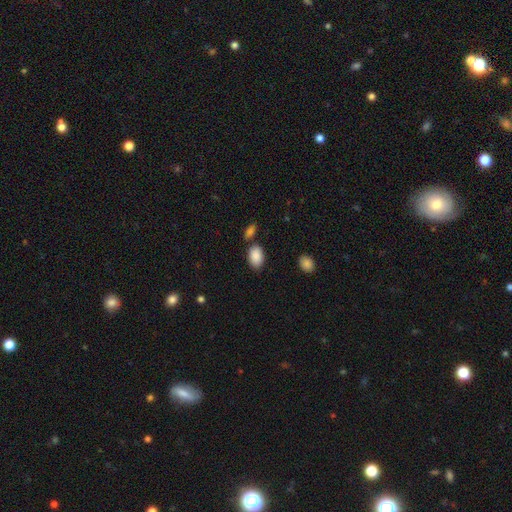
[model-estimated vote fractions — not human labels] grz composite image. It shows a smooth galaxy with no disk features (89%) that is in between round and cigar-shaped (90%). Merging: none (75%).